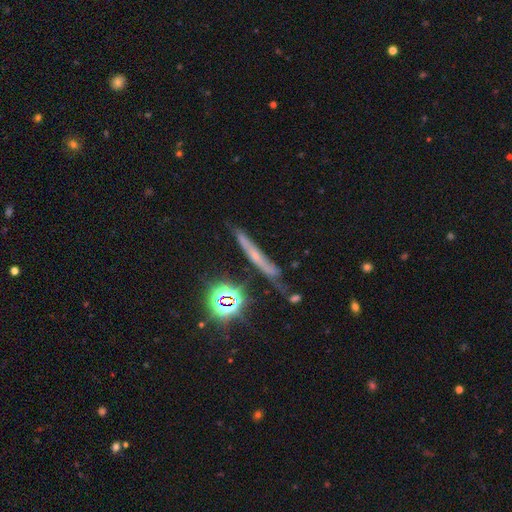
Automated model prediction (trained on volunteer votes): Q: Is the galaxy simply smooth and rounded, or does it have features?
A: featured or disk — 39%.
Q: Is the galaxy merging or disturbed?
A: none — 67%.